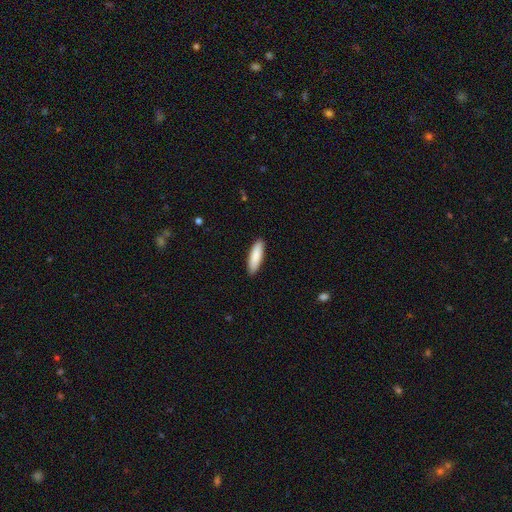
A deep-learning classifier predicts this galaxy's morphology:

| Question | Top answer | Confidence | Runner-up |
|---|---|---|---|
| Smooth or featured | smooth | 87% | featured or disk (8%) |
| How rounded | cigar-shaped | 64% | in between (35%) |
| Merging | none | 90% | minor disturbance (7%) |